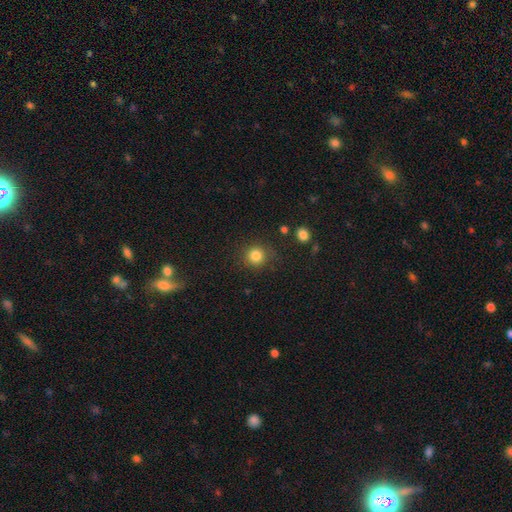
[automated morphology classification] This is clearly a smooth galaxy (83%). How rounded: clearly round (93%). Merging: clearly none (86%).